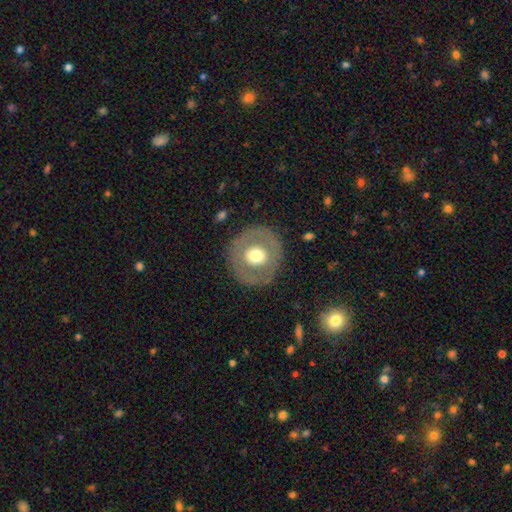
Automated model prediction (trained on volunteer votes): Smooth or featured?
  - smooth: 51% *
  - featured or disk: 43%
  - star or artifact: 7%
How rounded?
  - round: 91% *
  - in between: 8%
  - cigar-shaped: 1%
Merging?
  - none: 85% *
  - minor disturbance: 9%
  - major disturbance: 5%
  - merger: 1%